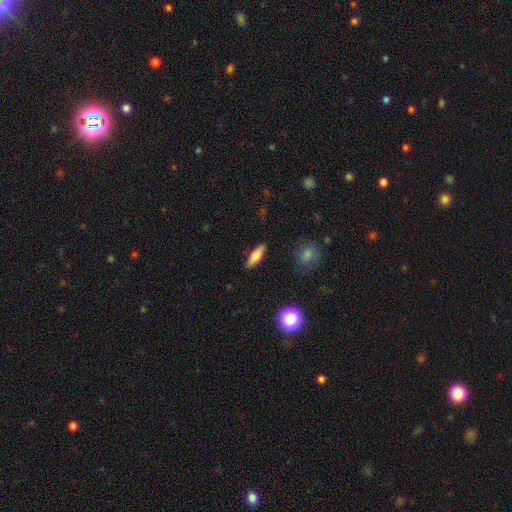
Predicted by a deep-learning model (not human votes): A smooth galaxy with no disk features (73%) that is in between round and cigar-shaped (54%). Merging: none (88%).